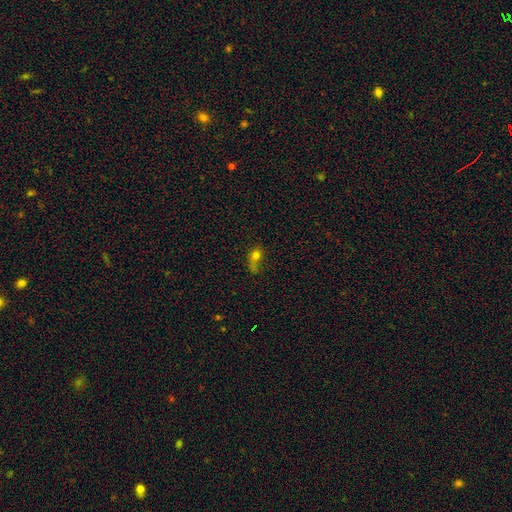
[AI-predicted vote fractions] This is likely a smooth galaxy (67%). How rounded: possibly in between (51%). Merging: marginally none (33%).